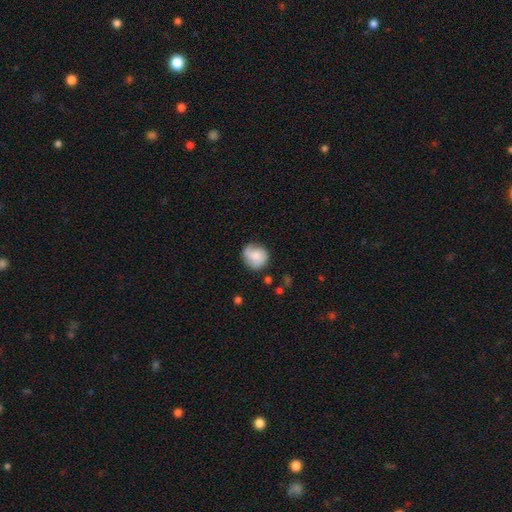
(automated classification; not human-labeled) smooth 67%, featured or disk 25%, star or artifact 8%. Down the decision tree: how rounded — round (82%); merging — none (64%).